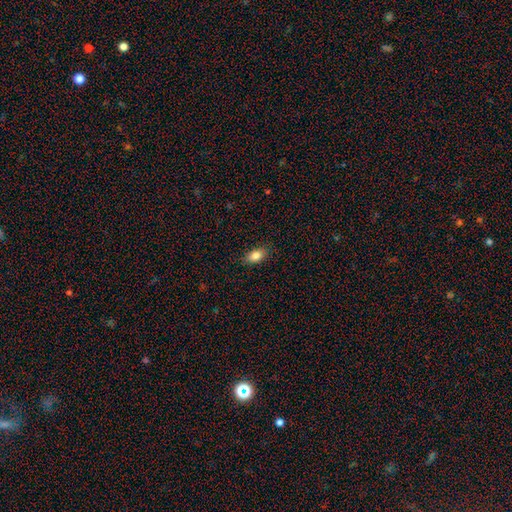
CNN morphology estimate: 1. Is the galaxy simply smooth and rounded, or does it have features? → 85% smooth, 8% star or artifact, 7% featured or disk.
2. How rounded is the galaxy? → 88% in between, 6% round, 6% cigar-shaped.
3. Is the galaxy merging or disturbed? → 86% none, 10% minor disturbance, 2% major disturbance, 1% merger.